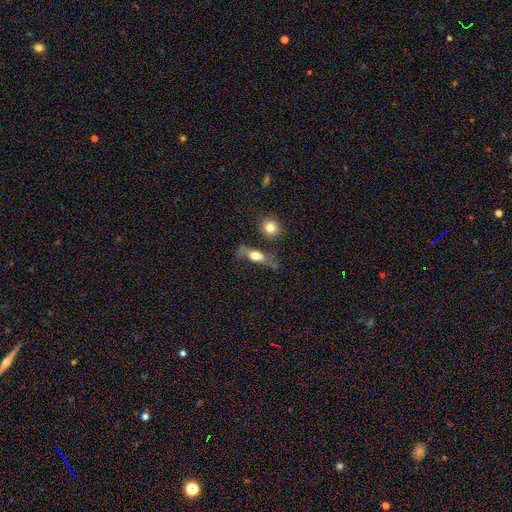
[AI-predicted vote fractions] A smooth galaxy with no disk features (57%) that is in between round and cigar-shaped (57%).

Vote fractions:
- Smooth or featured? smooth: 57% / featured or disk: 34% / star or artifact: 9%
- How rounded? in between: 57% / cigar-shaped: 34% / round: 10%
- Merging? none: 57% / minor disturbance: 21% / major disturbance: 12% / merger: 10%